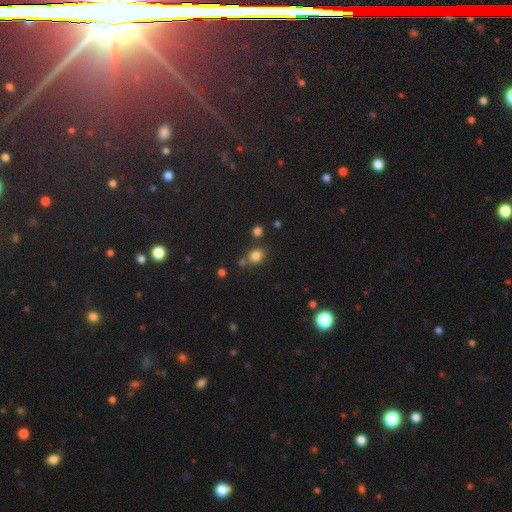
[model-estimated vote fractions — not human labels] smooth_or_featured: smooth (p=0.80) [alt: star or artifact p=0.14]
how_rounded: round (p=0.68) [alt: in between p=0.31]
merging: none (p=0.69) [alt: merger p=0.15]